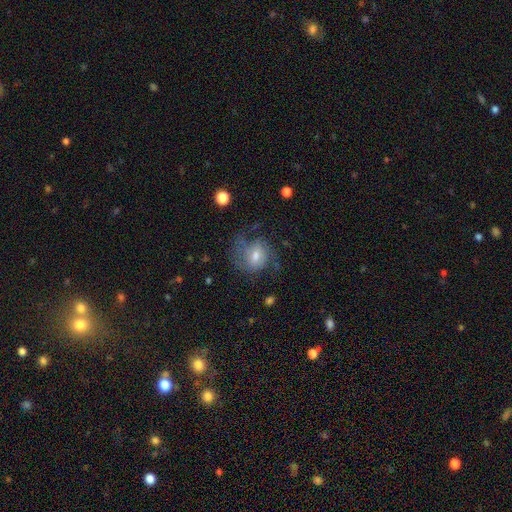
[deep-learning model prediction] This is possibly a featured or disk galaxy (58%). It is clearly not viewed edge-on (97%). Bar: possibly no (52%). Spiral arm pattern: clearly yes (83%). Central bulge: possibly moderate (59%). Merging: possibly none (51%).